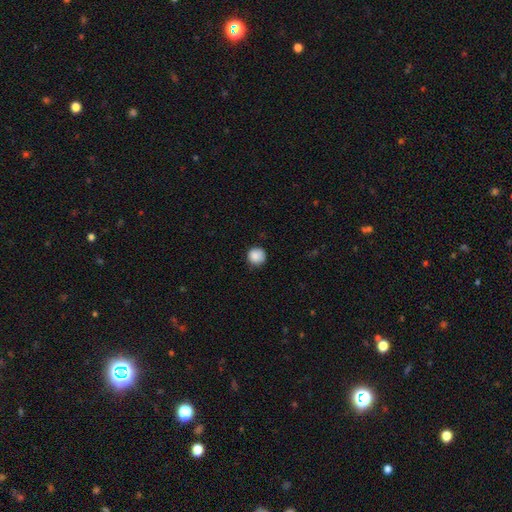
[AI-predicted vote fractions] The model was most divided on "merging": none: 85%, minor disturbance: 11%, major disturbance: 2%, merger: 1%. More confident: how rounded — round (95%); smooth or featured — smooth (88%).